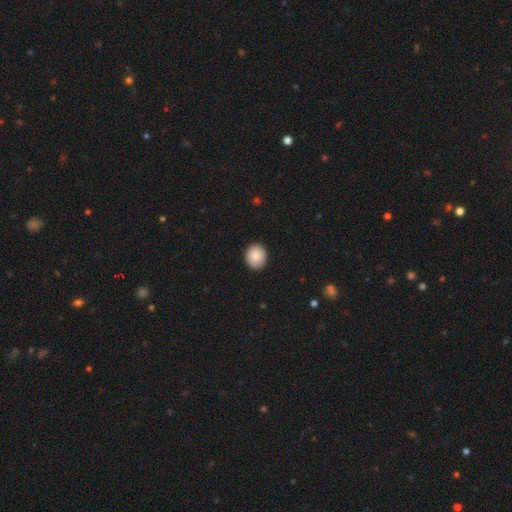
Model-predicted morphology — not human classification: Q: Smooth or featured?
A: smooth (89%); runner-up: star or artifact (7%)
Q: How rounded?
A: round (76%); runner-up: in between (23%)
Q: Merging?
A: none (91%); runner-up: minor disturbance (7%)